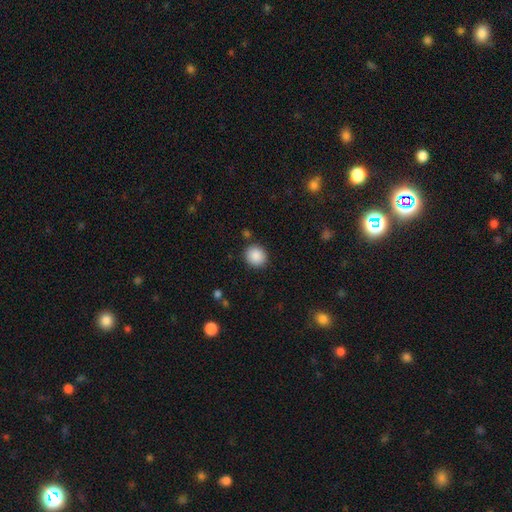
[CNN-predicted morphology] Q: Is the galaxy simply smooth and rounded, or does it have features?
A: smooth — 89%.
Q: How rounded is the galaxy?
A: round — 83%.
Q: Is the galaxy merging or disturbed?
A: none — 87%.